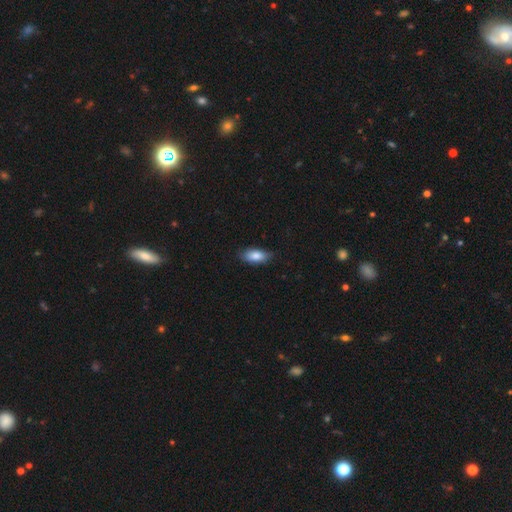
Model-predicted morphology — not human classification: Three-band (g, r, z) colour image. It shows a smooth galaxy with no disk features (84%) that is in between round and cigar-shaped (88%). Merging: none (76%).